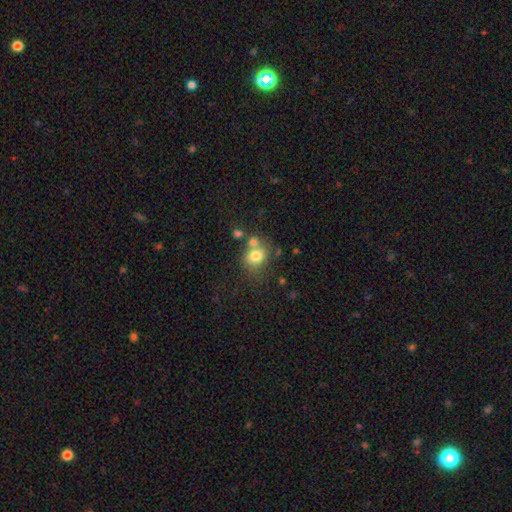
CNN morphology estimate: A smooth galaxy with no disk features (76%) that is round (62%). Merging: none (49%).